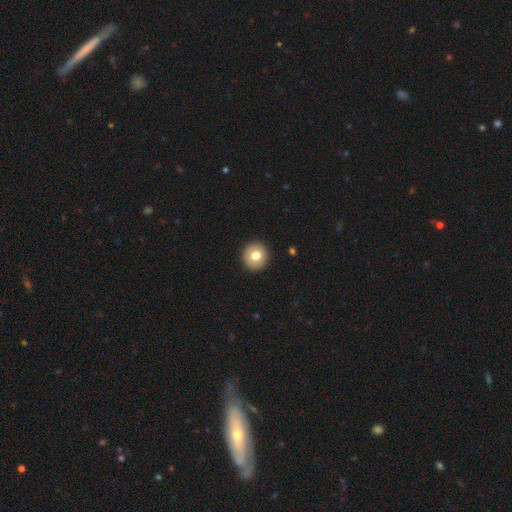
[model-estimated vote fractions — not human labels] Smooth or featured? smooth (77%)
How rounded? round (93%)
Merging? none (93%)